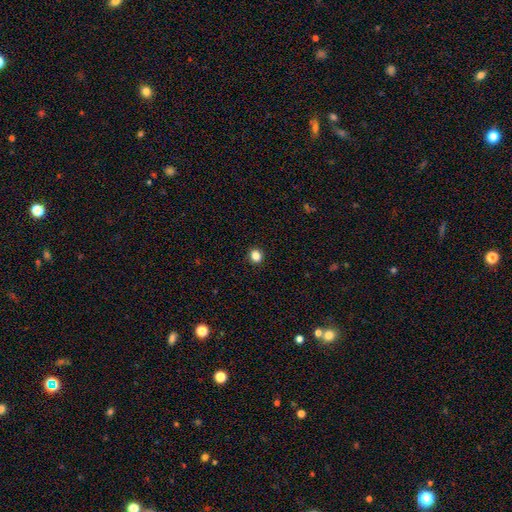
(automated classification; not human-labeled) Smooth or featured? smooth (85%)
How rounded? round (80%)
Merging? none (92%)